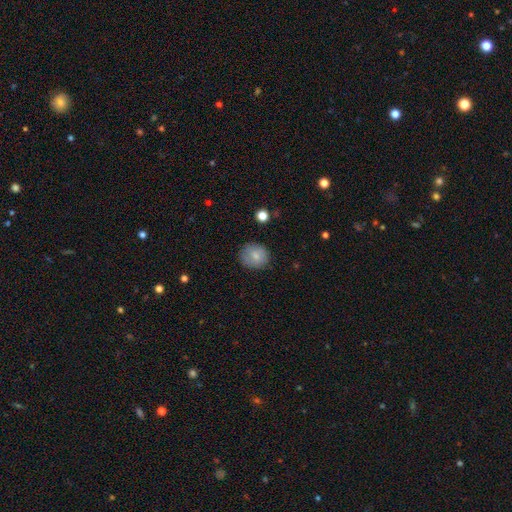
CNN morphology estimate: Smooth or featured?
  - smooth: 78% *
  - featured or disk: 14%
  - star or artifact: 8%
How rounded?
  - round: 80% *
  - in between: 19%
  - cigar-shaped: 1%
Merging?
  - none: 81% *
  - minor disturbance: 14%
  - major disturbance: 3%
  - merger: 1%